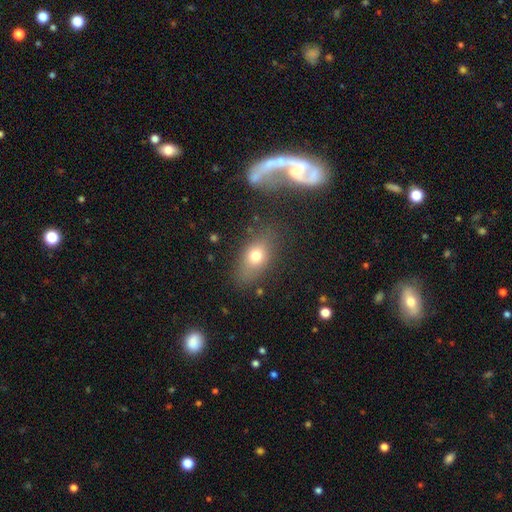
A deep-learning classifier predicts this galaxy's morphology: smooth_or_featured: smooth (p=0.73) [alt: featured or disk p=0.15]
how_rounded: in between (p=0.75) [alt: round p=0.22]
merging: none (p=0.75) [alt: minor disturbance p=0.15]